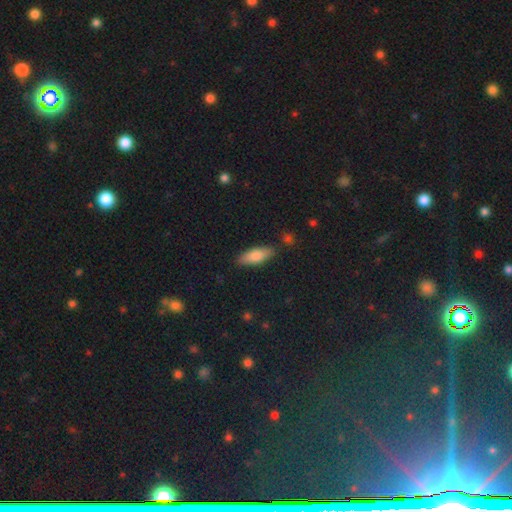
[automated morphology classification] Q: Smooth or featured?
A: smooth (78%); runner-up: featured or disk (15%)
Q: How rounded?
A: in between (68%); runner-up: cigar-shaped (30%)
Q: Merging?
A: none (84%); runner-up: minor disturbance (11%)